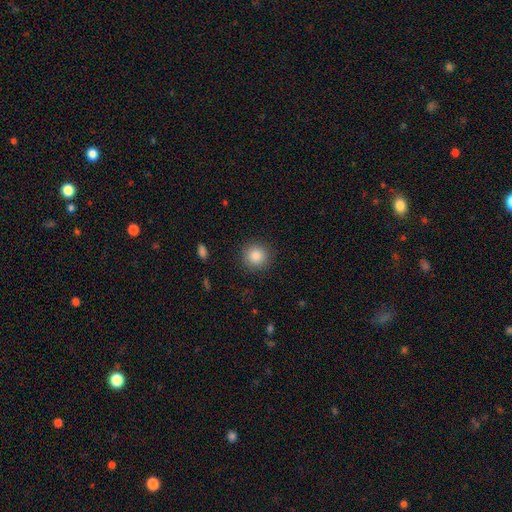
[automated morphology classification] Q: Smooth or featured?
A: smooth (86%); runner-up: star or artifact (9%)
Q: How rounded?
A: round (93%); runner-up: in between (6%)
Q: Merging?
A: none (89%); runner-up: minor disturbance (7%)